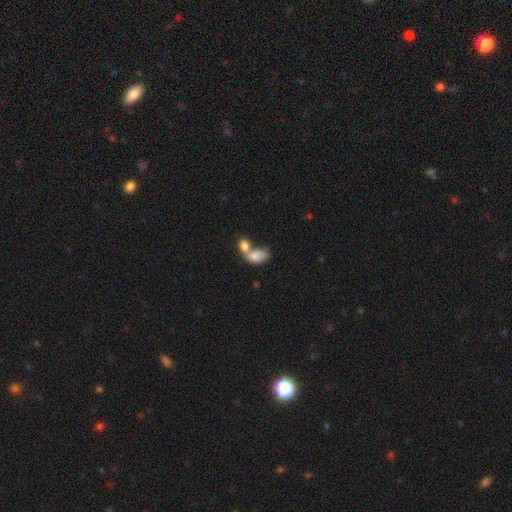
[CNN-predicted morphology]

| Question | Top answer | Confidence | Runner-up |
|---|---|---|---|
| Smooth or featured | smooth | 79% | featured or disk (13%) |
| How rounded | in between | 86% | round (12%) |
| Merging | merger | 69% | none (15%) |